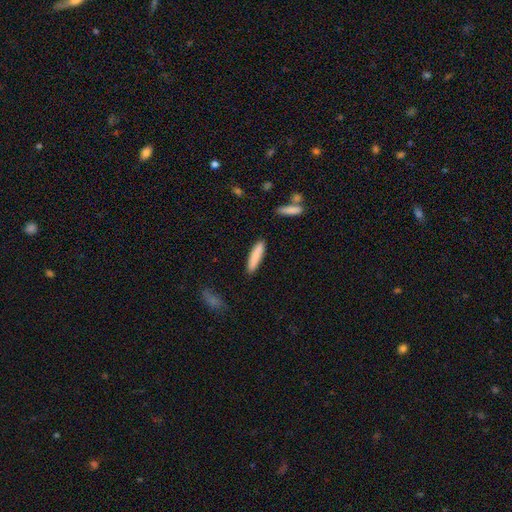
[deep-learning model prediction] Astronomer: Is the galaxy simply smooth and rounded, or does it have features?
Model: smooth — 84%.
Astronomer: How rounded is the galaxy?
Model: cigar-shaped — 82%.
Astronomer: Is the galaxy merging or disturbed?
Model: none — 88%.